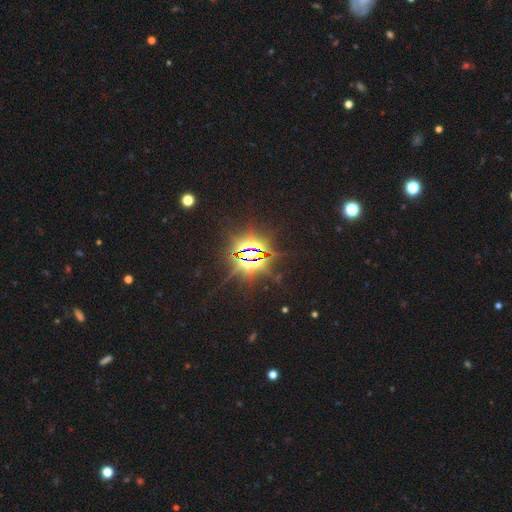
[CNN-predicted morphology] Smooth or featured? Predicted: star or artifact (p=0.85).